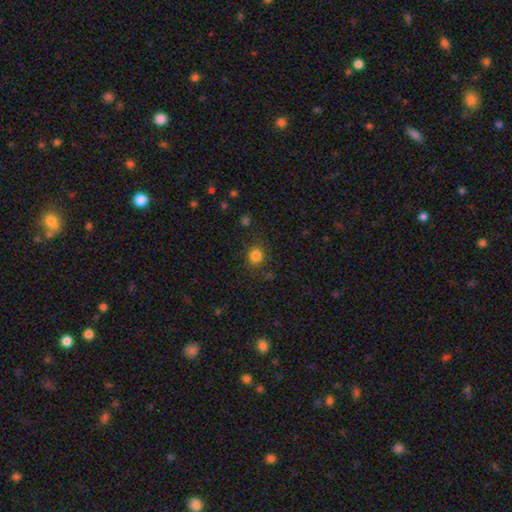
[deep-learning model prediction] Morphology: type=smooth (82%); roundness=round (80%); merging=none (84%).